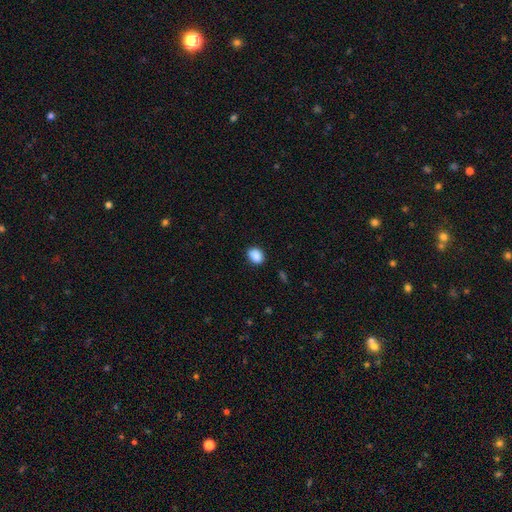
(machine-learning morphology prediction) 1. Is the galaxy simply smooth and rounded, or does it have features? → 88% smooth, 8% star or artifact, 3% featured or disk.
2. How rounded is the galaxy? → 57% in between, 42% round, 1% cigar-shaped.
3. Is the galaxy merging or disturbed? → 84% none, 12% minor disturbance, 2% major disturbance, 1% merger.